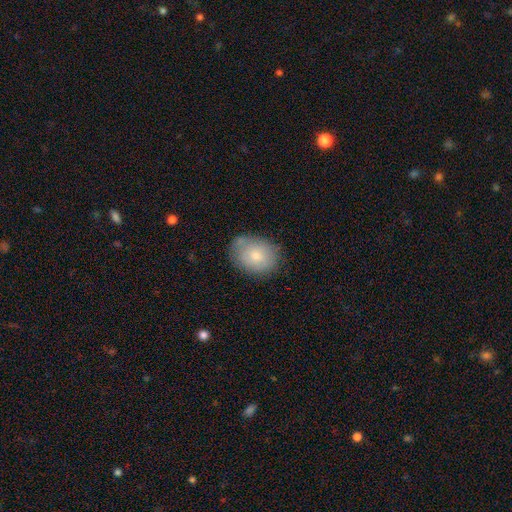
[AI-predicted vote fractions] smooth-or-featured: smooth: 73% | featured or disk: 19% | star or artifact: 7%
  how-rounded: in between: 61% | round: 38% | cigar-shaped: 1%
  merging: none: 71% | minor disturbance: 21% | major disturbance: 5% | merger: 3%